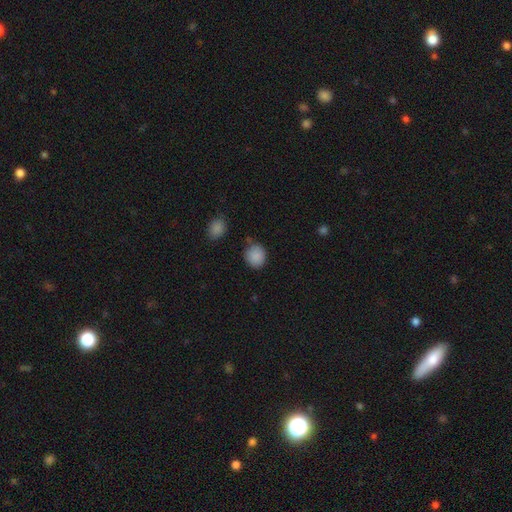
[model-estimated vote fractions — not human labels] The model was most divided on "how rounded": round: 69%, in between: 30%, cigar-shaped: 1%. More confident: smooth or featured — smooth (88%); merging — none (77%).